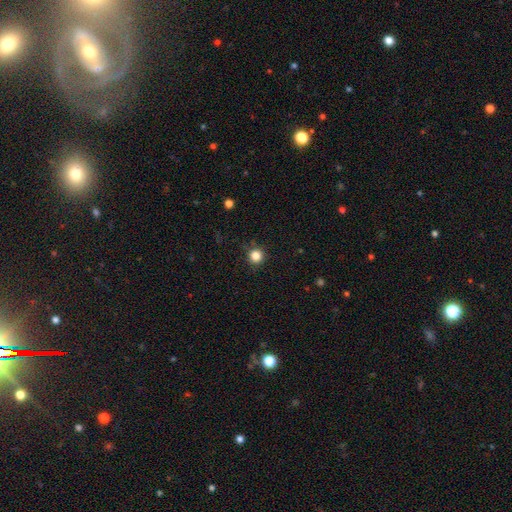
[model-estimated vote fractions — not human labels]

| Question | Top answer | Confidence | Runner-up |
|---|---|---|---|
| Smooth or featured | smooth | 83% | star or artifact (13%) |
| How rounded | round | 95% | in between (4%) |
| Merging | none | 86% | minor disturbance (10%) |